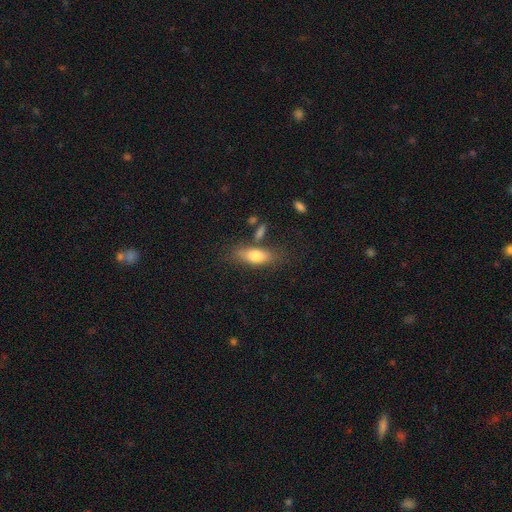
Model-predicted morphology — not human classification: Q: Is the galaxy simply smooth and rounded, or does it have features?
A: smooth — 75%.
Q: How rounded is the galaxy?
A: in between — 72%.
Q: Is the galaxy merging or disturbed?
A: none — 69%.